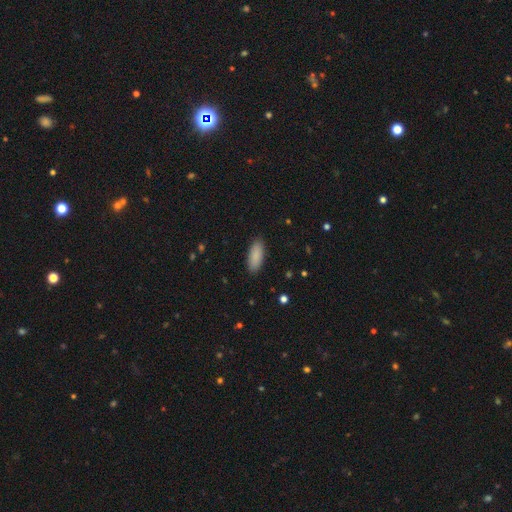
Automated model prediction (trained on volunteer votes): A smooth galaxy with no disk features (90%) that is in between round and cigar-shaped (78%).

Vote fractions:
- Smooth or featured? smooth: 90% / star or artifact: 6% / featured or disk: 4%
- How rounded? in between: 78% / cigar-shaped: 21% / round: 2%
- Merging? none: 90% / minor disturbance: 8% / major disturbance: 2% / merger: 1%